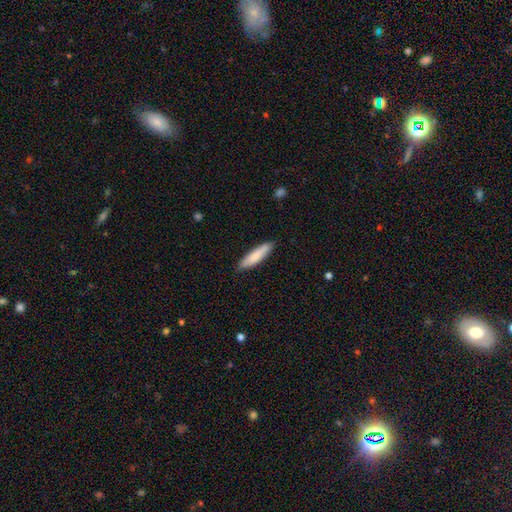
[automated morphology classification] smooth-or-featured: smooth: 82% | featured or disk: 13% | star or artifact: 5%
  how-rounded: cigar-shaped: 79% | in between: 20% | round: 1%
  merging: none: 87% | minor disturbance: 10% | major disturbance: 2% | merger: 1%